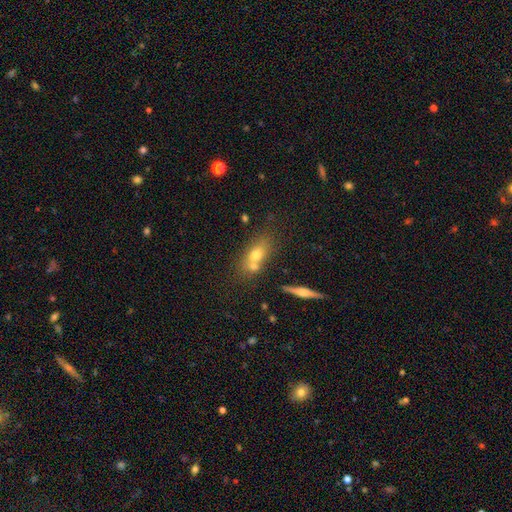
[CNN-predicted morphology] This appears to be a smooth galaxy with no disk features (61%) that is in between round and cigar-shaped (65%). Merging: none (46%).